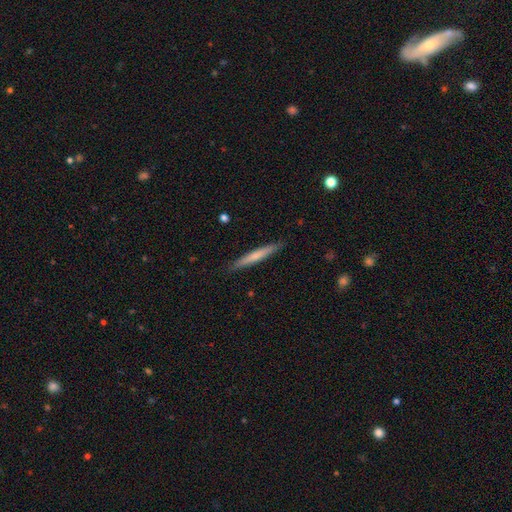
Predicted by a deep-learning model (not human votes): This is likely a smooth galaxy (60%). How rounded: clearly cigar-shaped (96%). Merging: clearly none (90%).